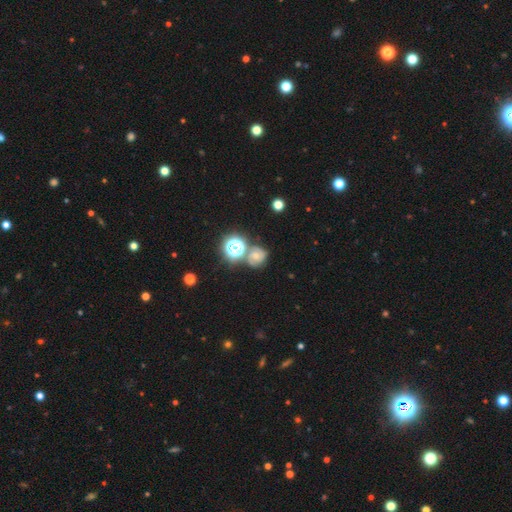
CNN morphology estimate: A smooth galaxy with no disk features (43%).

Vote fractions:
- Smooth or featured? smooth: 43% / star or artifact: 29% / featured or disk: 28%
- Merging? none: 62% / merger: 16% / minor disturbance: 15% / major disturbance: 7%